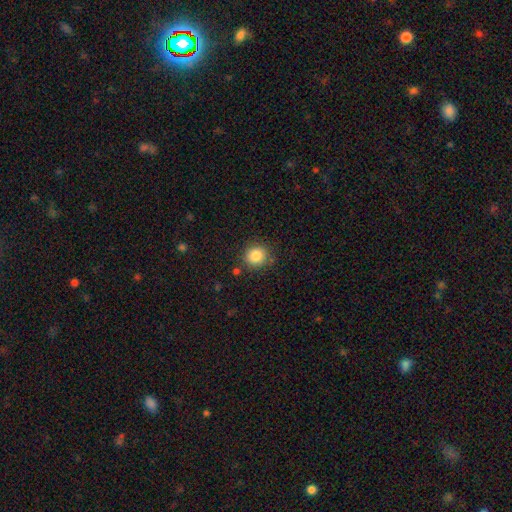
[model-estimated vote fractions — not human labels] smooth_or_featured: smooth (p=0.85) [alt: star or artifact p=0.10]
how_rounded: round (p=0.86) [alt: in between p=0.14]
merging: none (p=0.84) [alt: minor disturbance p=0.10]